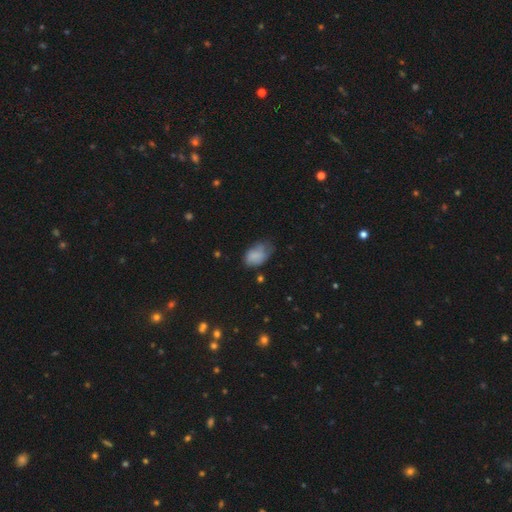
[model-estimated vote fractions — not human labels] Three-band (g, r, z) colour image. It shows a smooth galaxy with no disk features (80%) that is in between round and cigar-shaped (87%). Merging: none (42%).